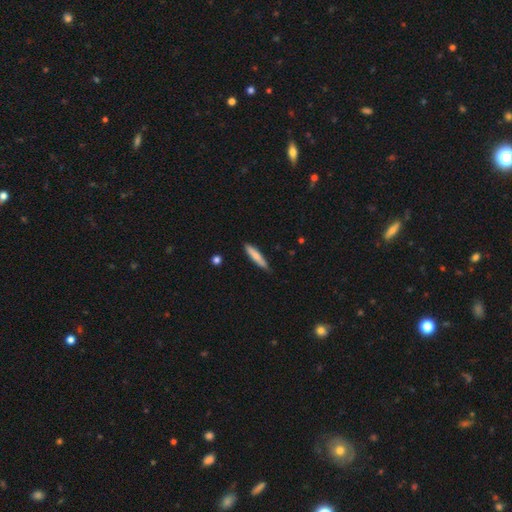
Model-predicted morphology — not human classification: Smooth or featured? Predicted: smooth (p=0.73). How rounded? Predicted: cigar-shaped (p=0.89). Merging? Predicted: none (p=0.81).